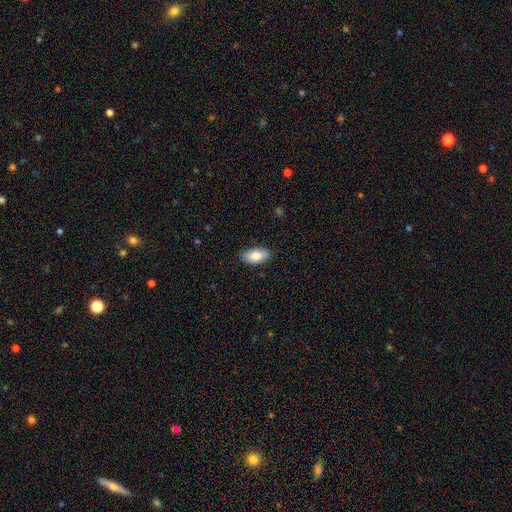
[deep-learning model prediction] Smooth or featured? smooth (80%)
How rounded? in between (94%)
Merging? none (85%)